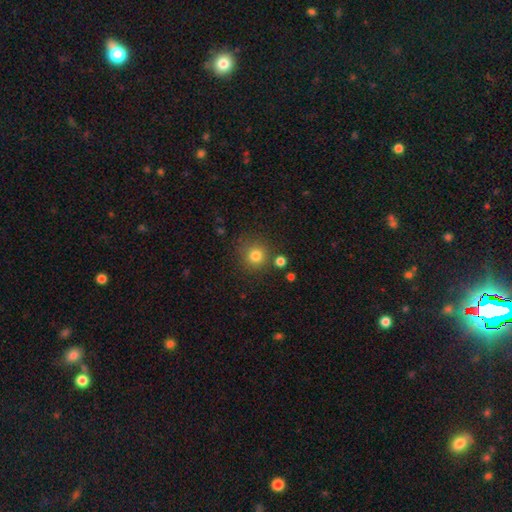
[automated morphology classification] A smooth galaxy with no disk features (81%) that is round (91%).

Vote fractions:
- Smooth or featured? smooth: 81% / star or artifact: 13% / featured or disk: 6%
- How rounded? round: 91% / in between: 8% / cigar-shaped: 1%
- Merging? none: 80% / minor disturbance: 10% / merger: 6% / major disturbance: 4%